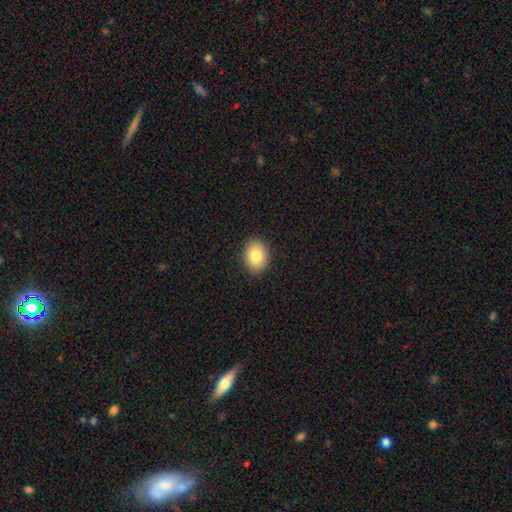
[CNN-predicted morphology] Smooth or featured: smooth — 82% (featured or disk — 10%)
How rounded: in between — 63% (round — 36%)
Merging: none — 90% (minor disturbance — 8%)